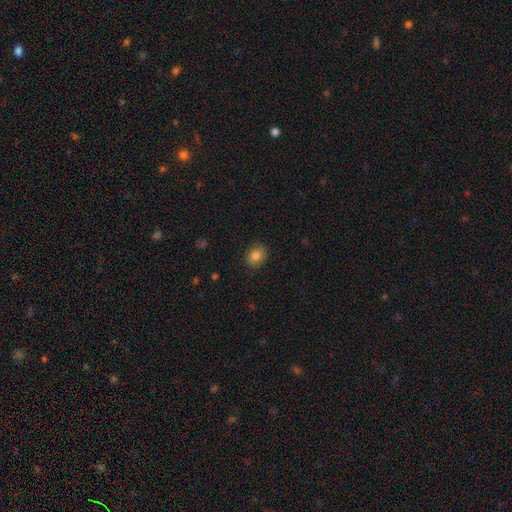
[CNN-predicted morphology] The model was most divided on "how rounded": round: 50%, in between: 49%, cigar-shaped: 1%. More confident: merging — none (87%); smooth or featured — smooth (83%).